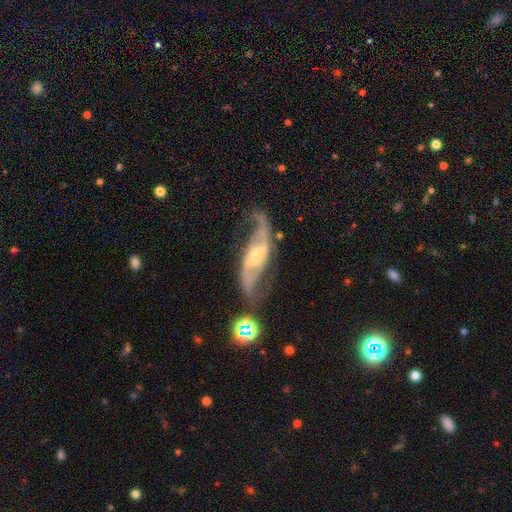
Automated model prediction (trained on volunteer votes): featured or disk 87%, smooth 6%, star or artifact 6%. Down the decision tree: edge-on disk — no (91%); bar — weak (39%); spiral arms — yes (96%); spiral arm count — 2 (90%); spiral winding — loose (58%); bulge size — small (56%); merging — none (64%).